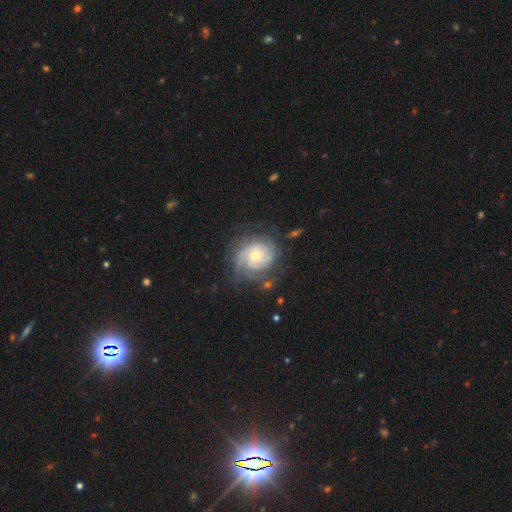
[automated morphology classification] smooth_or_featured: featured or disk (p=0.80) [alt: smooth p=0.14]
disk_edge_on: no (p=0.98) [alt: yes p=0.02]
bar: no (p=0.73) [alt: weak p=0.23]
has_spiral_arms: yes (p=0.95) [alt: no p=0.05]
spiral_winding: tight (p=0.67) [alt: medium p=0.26]
spiral_arm_count: can't tell (p=0.36) [alt: 3 p=0.21]
bulge_size: small (p=0.48) [alt: moderate p=0.42]
merging: none (p=0.67) [alt: minor disturbance p=0.19]